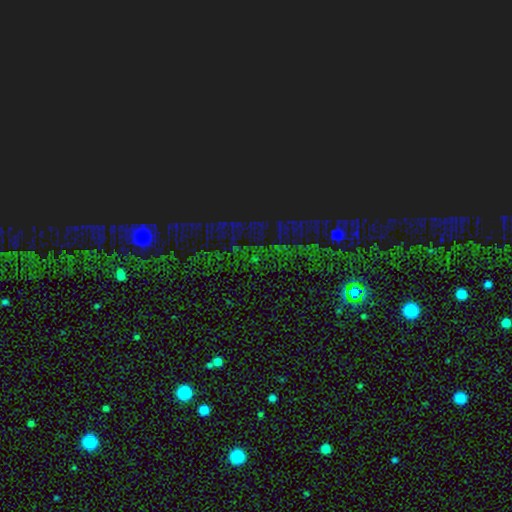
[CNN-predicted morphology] A star or artifact, not a galaxy (80%).